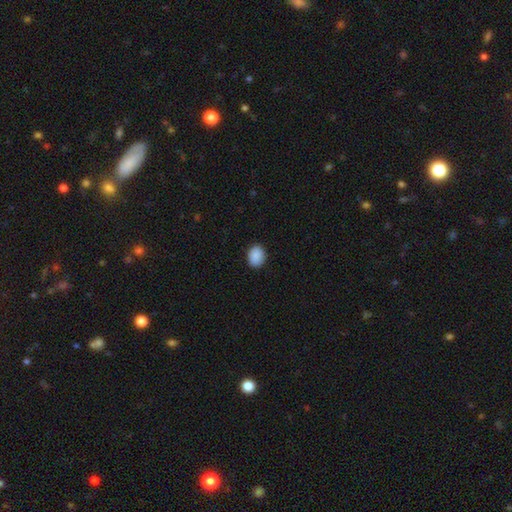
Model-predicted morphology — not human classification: Smooth or featured: smooth — 90% (star or artifact — 7%)
How rounded: in between — 59% (round — 40%)
Merging: none — 89% (minor disturbance — 9%)